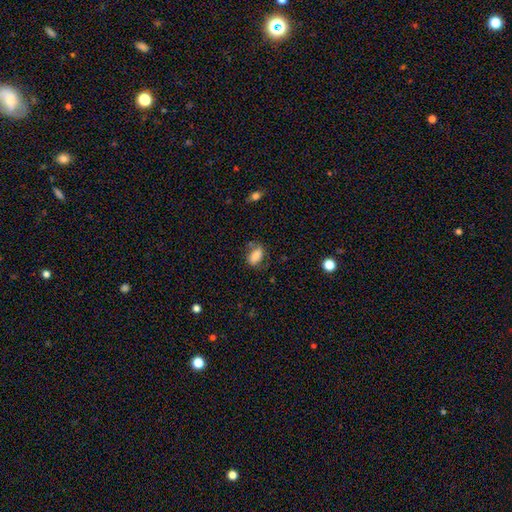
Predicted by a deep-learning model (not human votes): Q: Smooth or featured?
A: smooth (81%); runner-up: featured or disk (10%)
Q: How rounded?
A: in between (87%); runner-up: cigar-shaped (7%)
Q: Merging?
A: none (68%); runner-up: minor disturbance (20%)